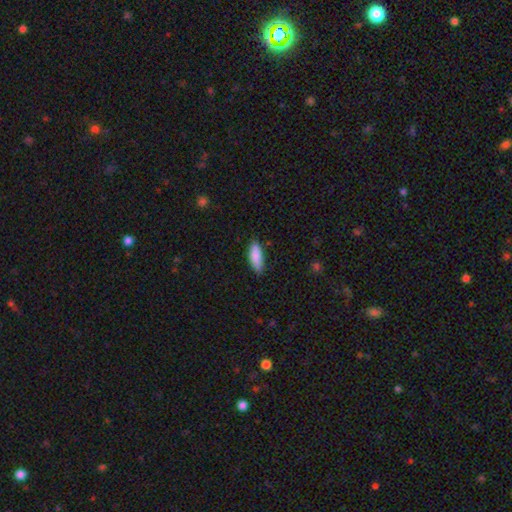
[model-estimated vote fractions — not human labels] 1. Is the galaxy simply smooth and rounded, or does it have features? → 88% smooth, 6% featured or disk, 6% star or artifact.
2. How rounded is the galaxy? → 64% in between, 34% cigar-shaped, 2% round.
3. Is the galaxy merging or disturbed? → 83% none, 14% minor disturbance, 2% major disturbance, 1% merger.